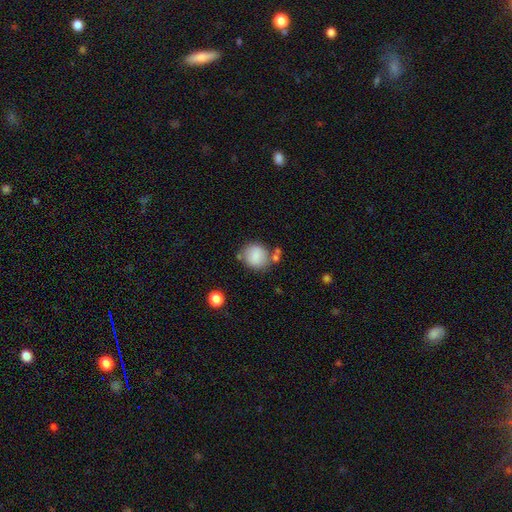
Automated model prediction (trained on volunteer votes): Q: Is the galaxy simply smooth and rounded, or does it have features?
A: smooth — 84%.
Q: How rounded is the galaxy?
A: round — 78%.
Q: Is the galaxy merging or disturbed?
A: none — 66%.